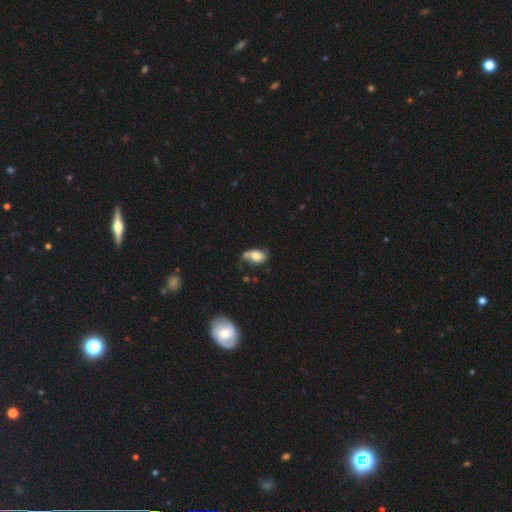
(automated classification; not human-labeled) The model was most divided on "merging": none: 36%, minor disturbance: 28%, merger: 21%, major disturbance: 16%. More confident: how rounded — in between (84%); smooth or featured — smooth (66%).